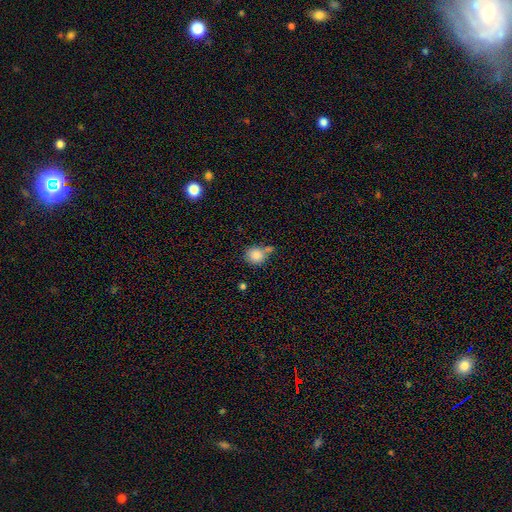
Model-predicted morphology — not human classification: smooth 84%, star or artifact 9%, featured or disk 7%. Down the decision tree: how rounded — round (83%); merging — none (52%).